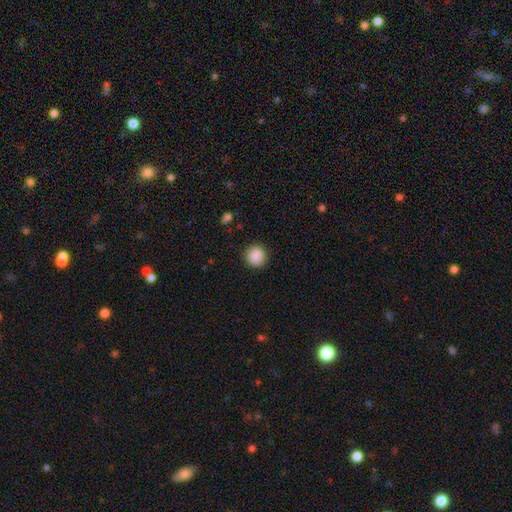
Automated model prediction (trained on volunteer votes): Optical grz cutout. It shows a smooth galaxy with no disk features (88%) that is round (93%). Merging: none (90%).